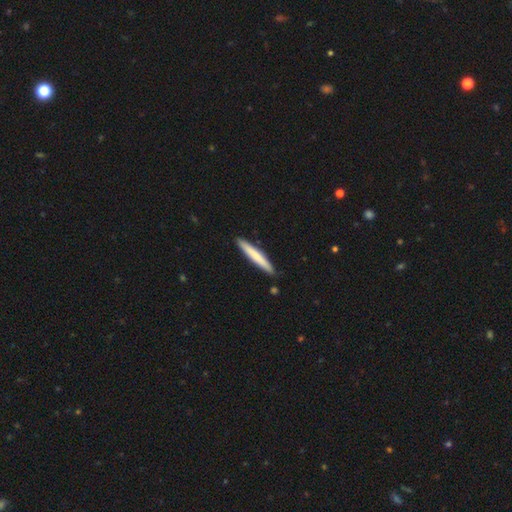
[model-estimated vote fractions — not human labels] Q: Smooth or featured?
A: smooth (71%); runner-up: featured or disk (24%)
Q: How rounded?
A: cigar-shaped (95%); runner-up: in between (4%)
Q: Merging?
A: none (90%); runner-up: minor disturbance (8%)